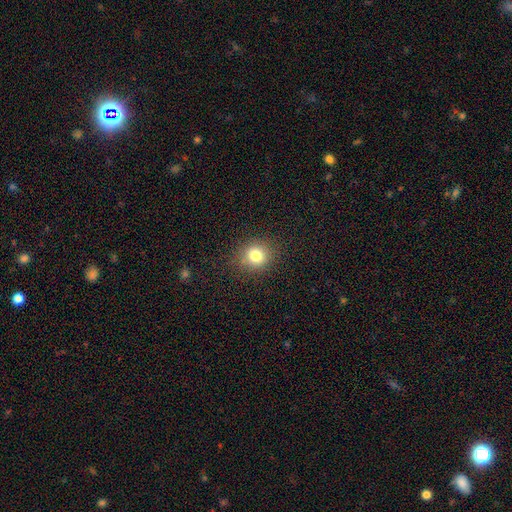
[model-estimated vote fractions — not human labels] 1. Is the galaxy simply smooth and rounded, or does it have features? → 79% smooth, 13% star or artifact, 8% featured or disk.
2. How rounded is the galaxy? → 81% round, 18% in between, 1% cigar-shaped.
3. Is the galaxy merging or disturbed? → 87% none, 9% minor disturbance, 3% major disturbance, 1% merger.